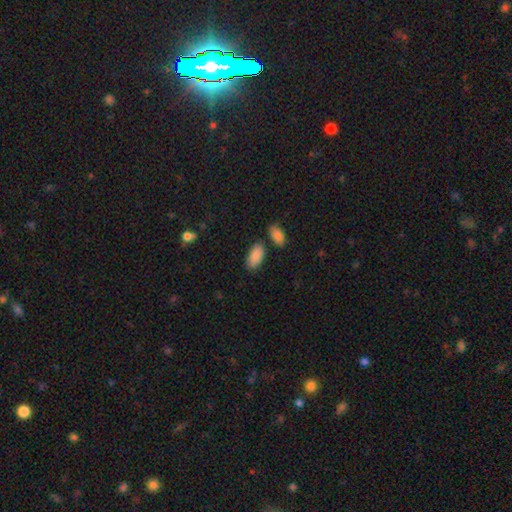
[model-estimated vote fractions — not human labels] smooth_or_featured: smooth (p=0.88) [alt: star or artifact p=0.06]
how_rounded: in between (p=0.94) [alt: cigar-shaped p=0.03]
merging: none (p=0.77) [alt: minor disturbance p=0.12]